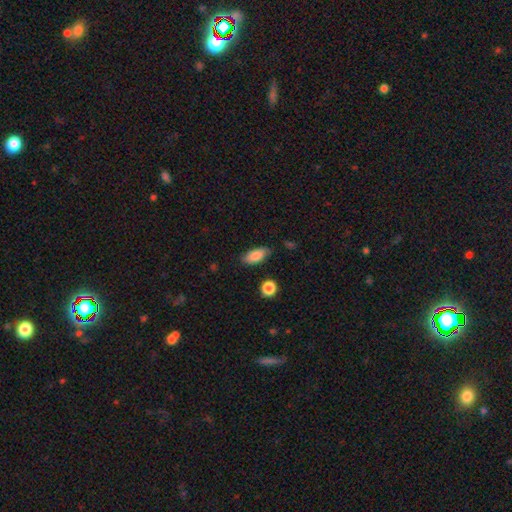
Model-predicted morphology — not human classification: Smooth or featured: smooth — 85% (featured or disk — 8%)
How rounded: in between — 86% (cigar-shaped — 10%)
Merging: none — 80% (minor disturbance — 15%)